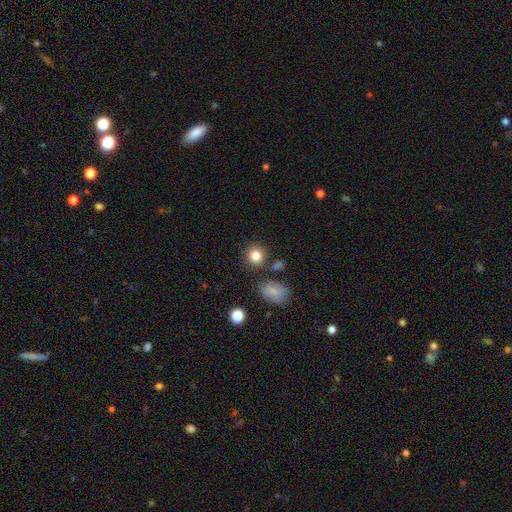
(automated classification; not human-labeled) Q: Smooth or featured?
A: smooth (82%); runner-up: star or artifact (11%)
Q: How rounded?
A: round (85%); runner-up: in between (14%)
Q: Merging?
A: none (82%); runner-up: minor disturbance (9%)